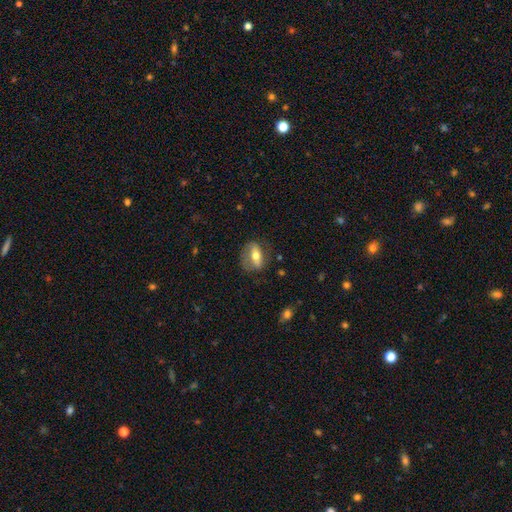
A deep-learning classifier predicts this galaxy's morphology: smooth_or_featured: smooth (p=0.49) [alt: featured or disk p=0.44]
merging: none (p=0.70) [alt: minor disturbance p=0.19]